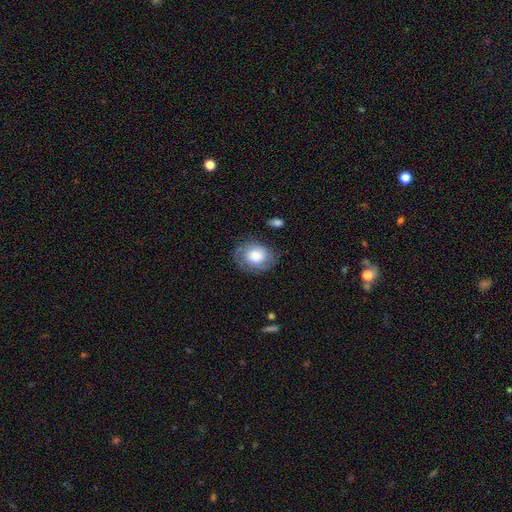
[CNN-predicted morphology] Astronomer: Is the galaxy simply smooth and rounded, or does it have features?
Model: smooth — 61%.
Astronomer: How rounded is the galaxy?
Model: in between — 50% (runner-up: round, 49%).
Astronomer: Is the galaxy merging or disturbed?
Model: none — 69%.